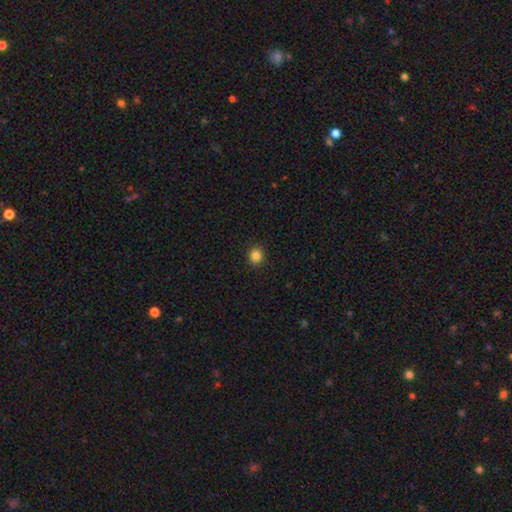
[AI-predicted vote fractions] Smooth or featured?
  - smooth: 84% *
  - star or artifact: 12%
  - featured or disk: 4%
How rounded?
  - round: 87% *
  - in between: 12%
  - cigar-shaped: 1%
Merging?
  - none: 92% *
  - minor disturbance: 5%
  - major disturbance: 2%
  - merger: 1%